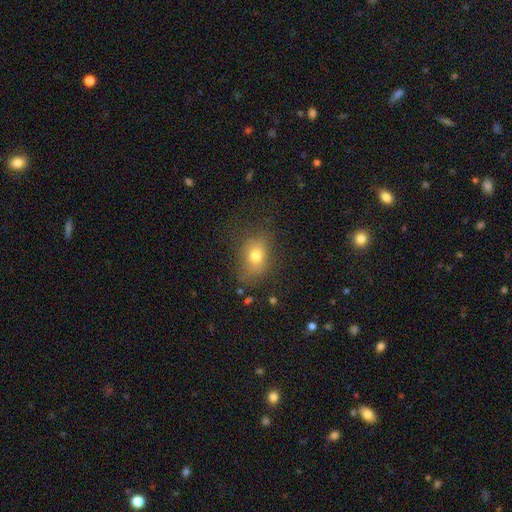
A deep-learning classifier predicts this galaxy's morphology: A smooth galaxy with no disk features (74%) that is in between round and cigar-shaped (66%). Merging: none (71%).